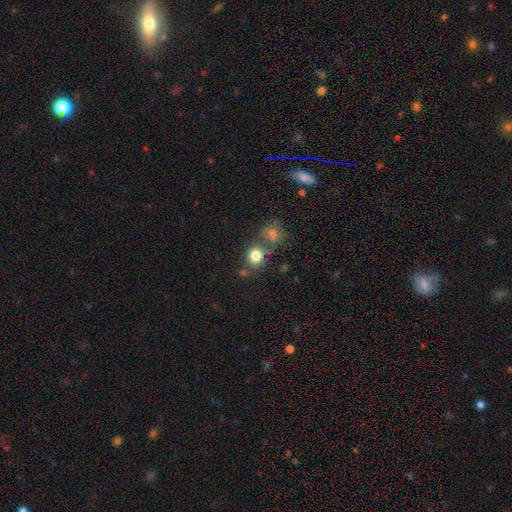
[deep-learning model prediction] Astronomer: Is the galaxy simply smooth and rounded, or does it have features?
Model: smooth — 81%.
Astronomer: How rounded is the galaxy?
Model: round — 68%.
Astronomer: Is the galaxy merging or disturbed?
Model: none — 58%.